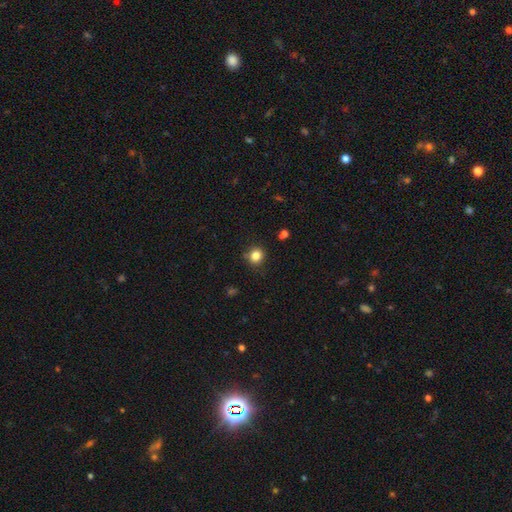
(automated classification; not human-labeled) Overall: smooth (83%). How rounded: round (86%). Merging: none (83%).